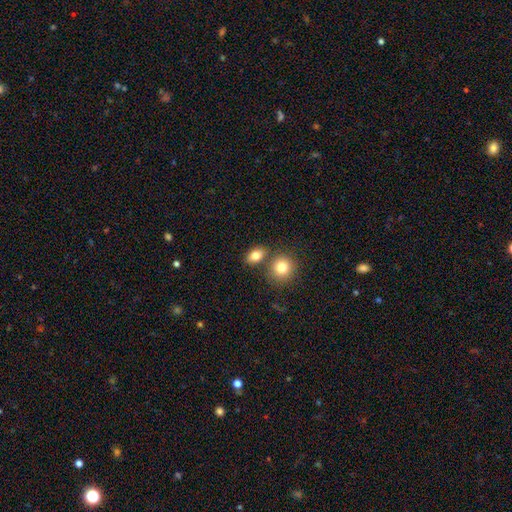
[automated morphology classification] The model was most divided on "how rounded": in between: 71%, round: 27%, cigar-shaped: 2%. More confident: smooth or featured — smooth (81%); merging — none (67%).